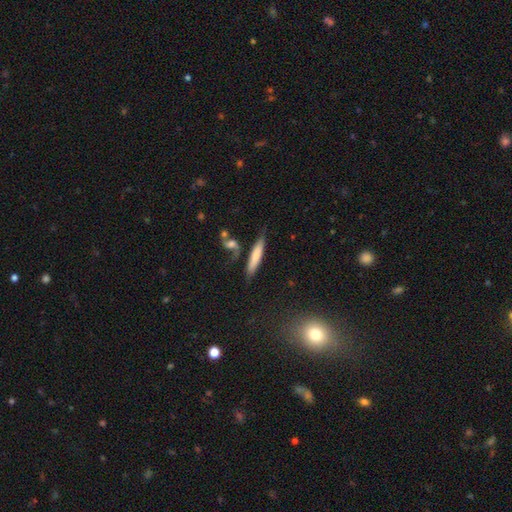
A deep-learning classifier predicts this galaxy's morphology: Overall: smooth (70%). How rounded: cigar-shaped (85%). Merging: none (63%).